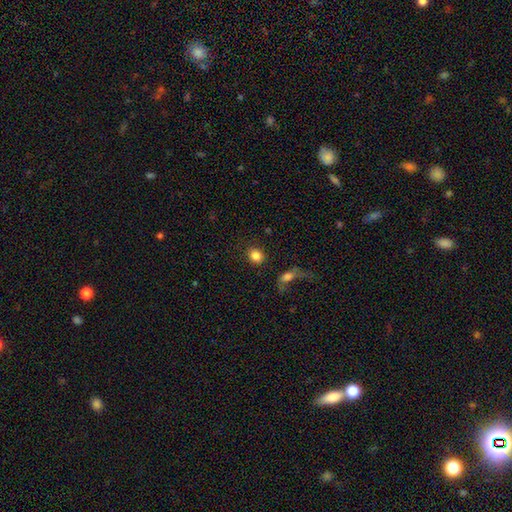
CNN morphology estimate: type=smooth (85%); roundness=round (67%); merging=none (84%).